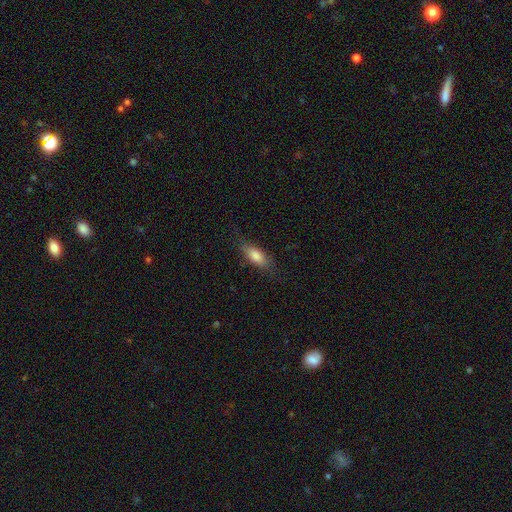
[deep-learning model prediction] smooth_or_featured: smooth (p=0.78) [alt: featured or disk p=0.15]
how_rounded: in between (p=0.69) [alt: cigar-shaped p=0.27]
merging: none (p=0.76) [alt: minor disturbance p=0.17]